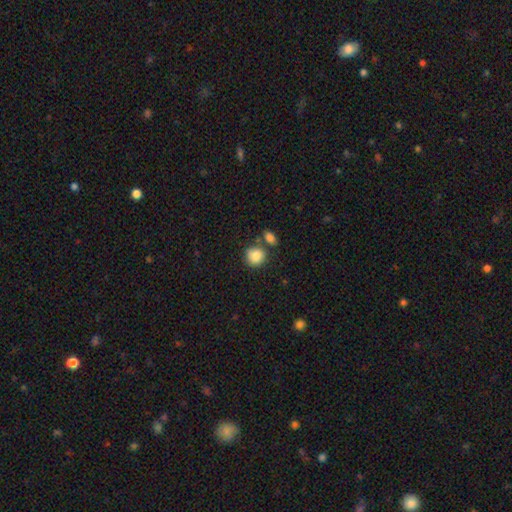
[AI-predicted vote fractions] smooth 87%, star or artifact 8%, featured or disk 5%. Down the decision tree: how rounded — round (81%); merging — none (65%).